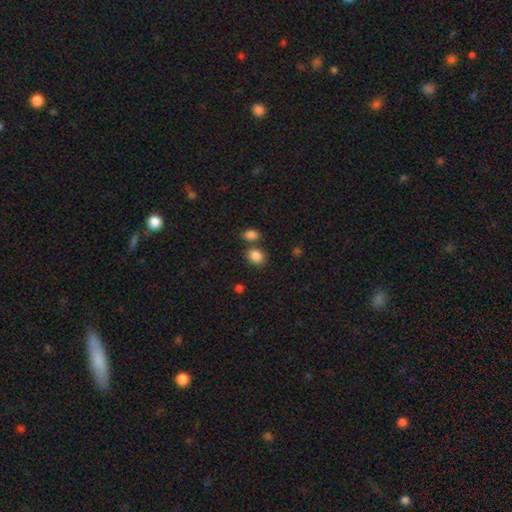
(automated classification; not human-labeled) Q: Smooth or featured?
A: smooth (86%); runner-up: star or artifact (9%)
Q: How rounded?
A: round (56%); runner-up: in between (43%)
Q: Merging?
A: none (67%); runner-up: merger (19%)